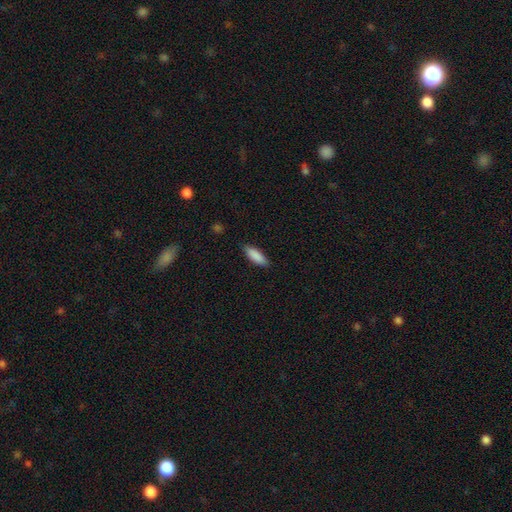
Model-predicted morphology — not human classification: The model was most divided on "how rounded": in between: 58%, cigar-shaped: 41%, round: 1%. More confident: smooth or featured — smooth (89%); merging — none (87%).